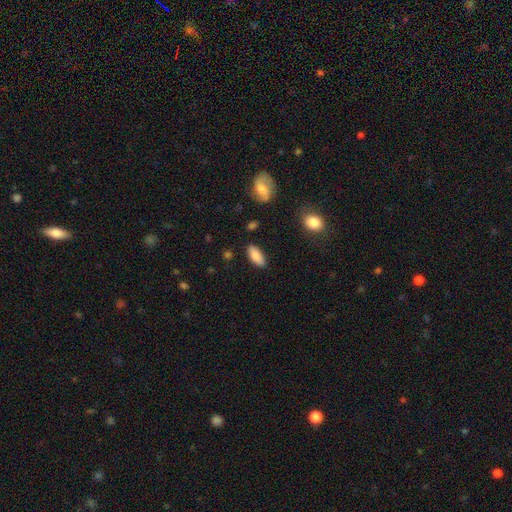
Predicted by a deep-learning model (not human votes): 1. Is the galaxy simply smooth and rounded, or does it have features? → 86% smooth, 8% featured or disk, 7% star or artifact.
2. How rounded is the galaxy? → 84% in between, 14% cigar-shaped, 2% round.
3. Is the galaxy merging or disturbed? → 86% none, 10% minor disturbance, 2% major disturbance, 2% merger.